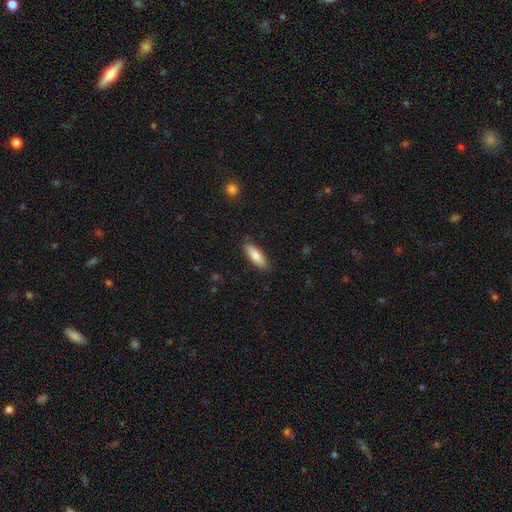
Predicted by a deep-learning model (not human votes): Smooth or featured? smooth (81%)
How rounded? in between (59%)
Merging? none (87%)